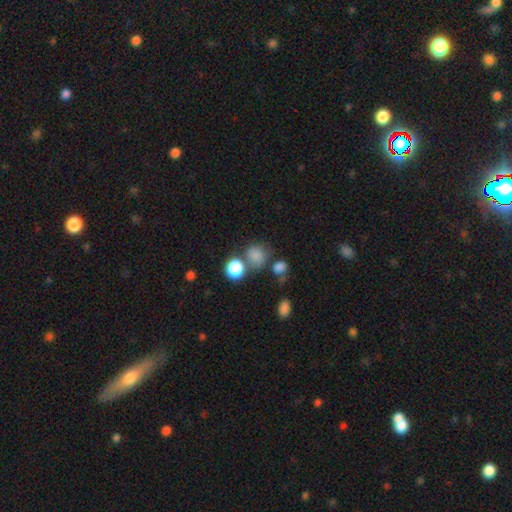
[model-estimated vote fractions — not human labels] Smooth or featured? Predicted: smooth (p=0.79). How rounded? Predicted: round (p=0.74). Merging? Predicted: none (p=0.54).